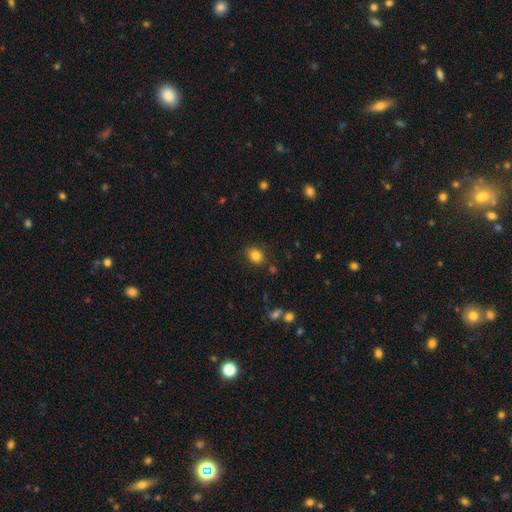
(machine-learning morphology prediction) Smooth or featured? Predicted: smooth (p=0.83). How rounded? Predicted: in between (p=0.60). Merging? Predicted: none (p=0.83).